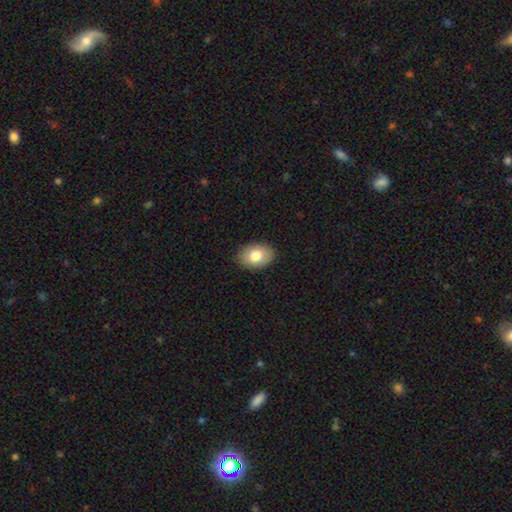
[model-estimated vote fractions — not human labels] Smooth or featured: smooth — 79% (featured or disk — 14%)
How rounded: in between — 81% (round — 18%)
Merging: none — 88% (minor disturbance — 9%)